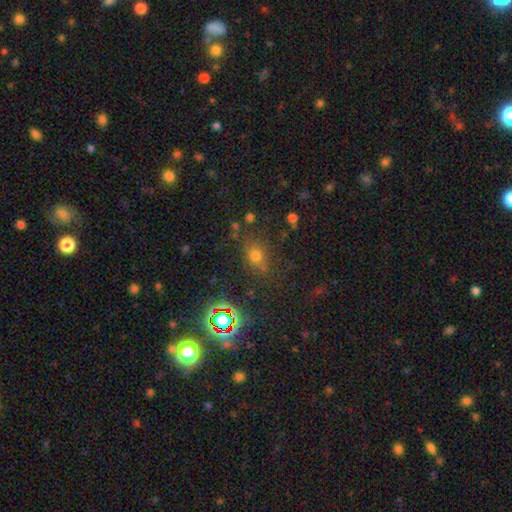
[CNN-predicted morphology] The model was most divided on "how rounded": in between: 51%, round: 47%, cigar-shaped: 3%. More confident: merging — none (74%); smooth or featured — smooth (59%).